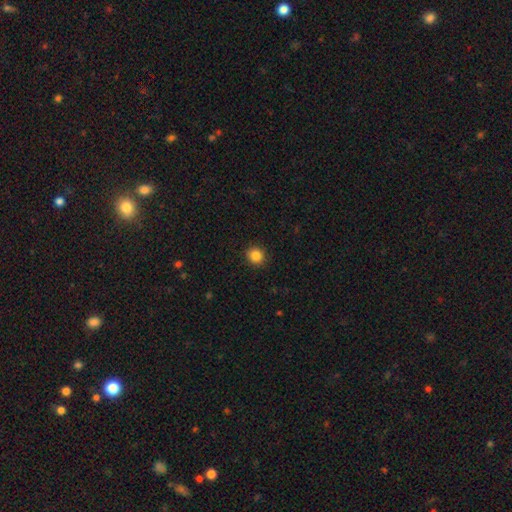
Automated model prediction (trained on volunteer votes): Overall: smooth (86%). How rounded: round (86%). Merging: none (91%).